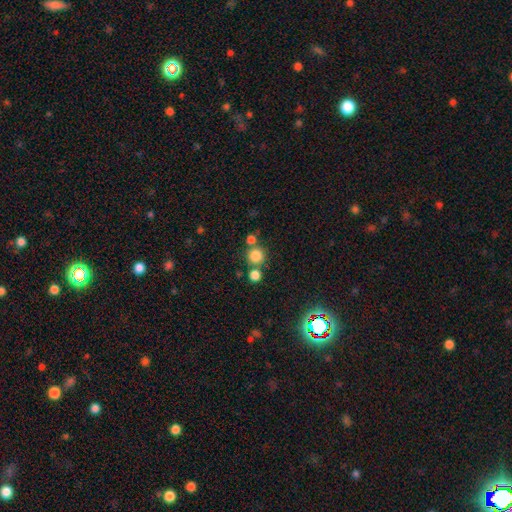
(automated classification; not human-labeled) This is clearly a smooth galaxy (80%). How rounded: clearly round (93%). Merging: likely none (69%).